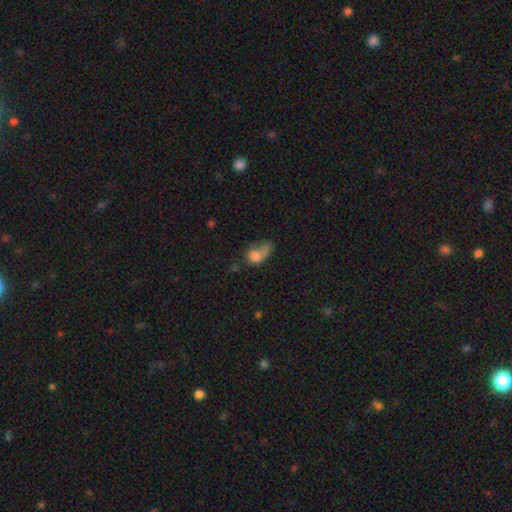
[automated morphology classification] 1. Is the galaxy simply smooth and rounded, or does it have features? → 71% smooth, 18% featured or disk, 11% star or artifact.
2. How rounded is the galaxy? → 72% in between, 25% round, 2% cigar-shaped.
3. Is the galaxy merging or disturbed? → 40% major disturbance, 20% minor disturbance, 20% merger, 20% none.